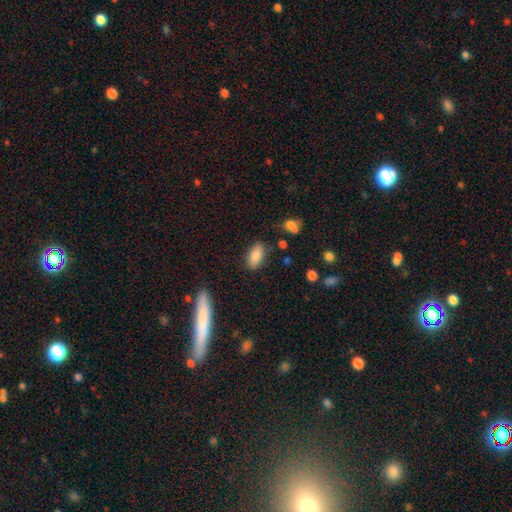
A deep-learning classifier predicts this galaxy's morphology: This appears to be a smooth galaxy with no disk features (85%) that is in between round and cigar-shaped (91%). Merging: none (82%).